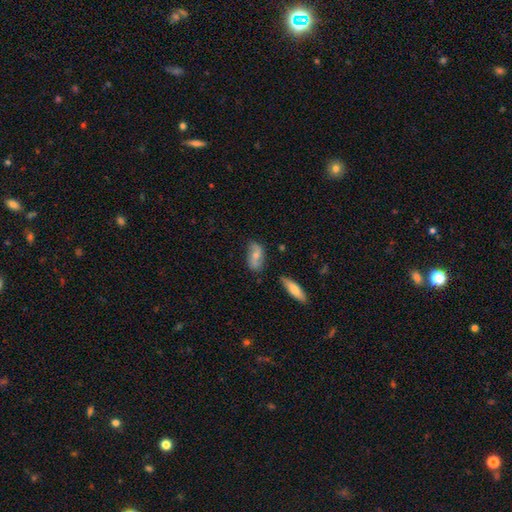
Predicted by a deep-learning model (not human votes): The model was most divided on "smooth or featured": smooth: 49%, featured or disk: 44%, star or artifact: 7%. More confident: merging — none (70%).